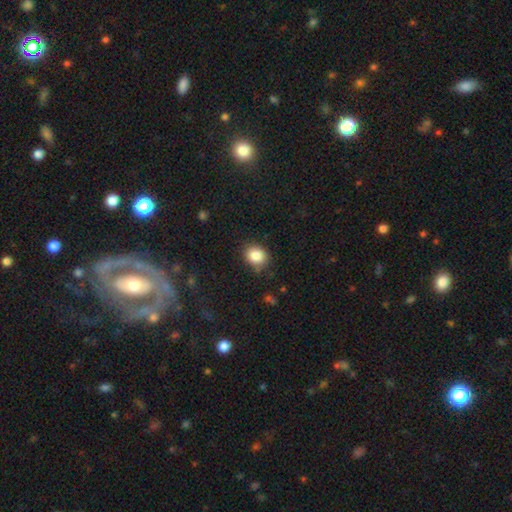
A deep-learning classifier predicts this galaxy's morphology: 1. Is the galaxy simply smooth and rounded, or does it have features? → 86% smooth, 9% star or artifact, 4% featured or disk.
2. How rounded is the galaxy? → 62% round, 37% in between, 1% cigar-shaped.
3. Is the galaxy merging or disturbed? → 82% none, 13% minor disturbance, 3% major disturbance, 2% merger.